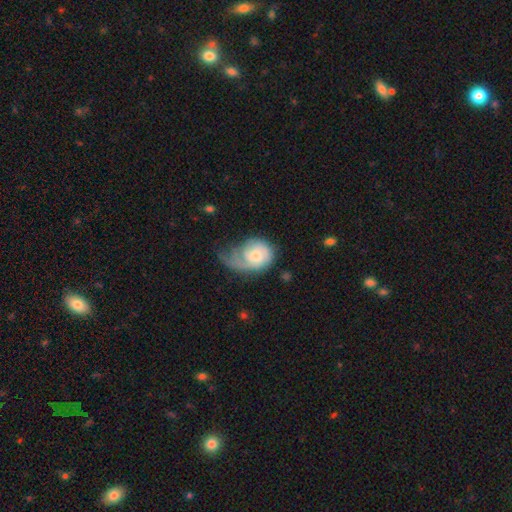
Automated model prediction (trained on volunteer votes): Smooth or featured?
  - featured or disk: 58% *
  - smooth: 35%
  - star or artifact: 6%
Edge-on disk?
  - no: 97% *
  - yes: 3%
Bar?
  - no: 72% *
  - weak: 25%
  - strong: 3%
Spiral arms?
  - yes: 83% *
  - no: 17%
Bulge size?
  - moderate: 53% *
  - small: 34%
  - large: 8%
  - none: 4%
  - dominant: 2%
Merging?
  - major disturbance: 47% *
  - minor disturbance: 27%
  - none: 23%
  - merger: 3%